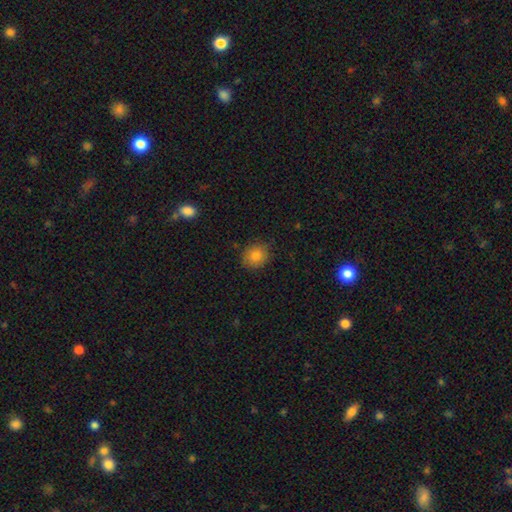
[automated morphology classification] Smooth or featured? Predicted: smooth (p=0.82). How rounded? Predicted: round (p=0.72). Merging? Predicted: none (p=0.83).